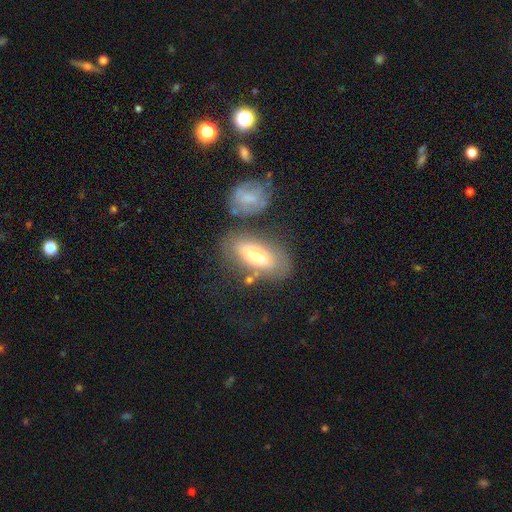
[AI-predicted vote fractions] Overall: smooth (60%; featured or disk 33%). How rounded: in between (81%). Merging: none (64%).